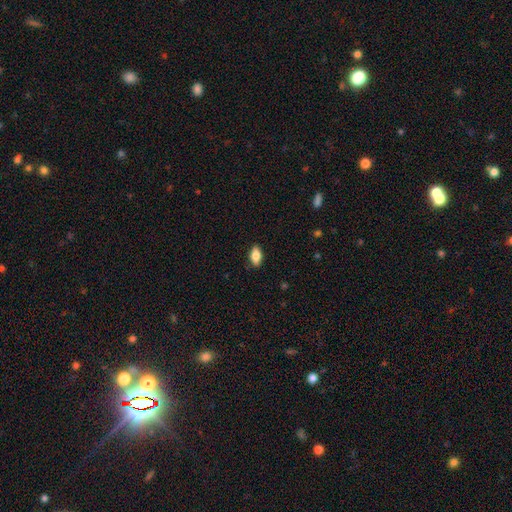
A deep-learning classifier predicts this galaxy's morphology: smooth-or-featured: smooth: 85% | featured or disk: 8% | star or artifact: 7%
  how-rounded: in between: 90% | cigar-shaped: 6% | round: 4%
  merging: none: 88% | minor disturbance: 10% | major disturbance: 2% | merger: 1%